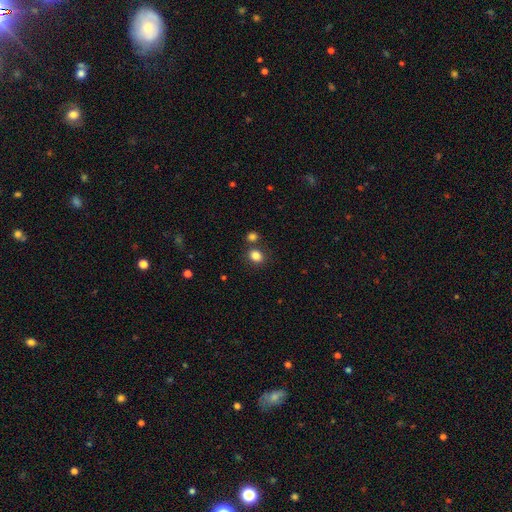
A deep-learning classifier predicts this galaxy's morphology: smooth-or-featured: smooth: 84% | star or artifact: 11% | featured or disk: 5%
  how-rounded: round: 55% | in between: 44% | cigar-shaped: 1%
  merging: none: 75% | merger: 13% | minor disturbance: 9% | major disturbance: 3%